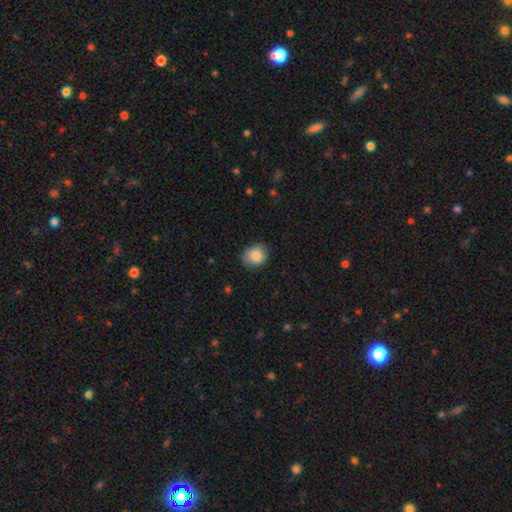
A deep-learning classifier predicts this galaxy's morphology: The model was most divided on "how rounded": round: 74%, in between: 25%, cigar-shaped: 1%. More confident: smooth or featured — smooth (87%); merging — none (78%).